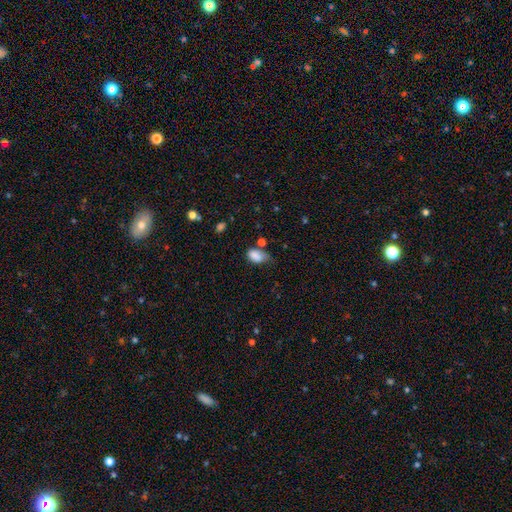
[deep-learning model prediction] smooth 82%, star or artifact 9%, featured or disk 8%. Down the decision tree: how rounded — in between (88%); merging — minor disturbance (38%).